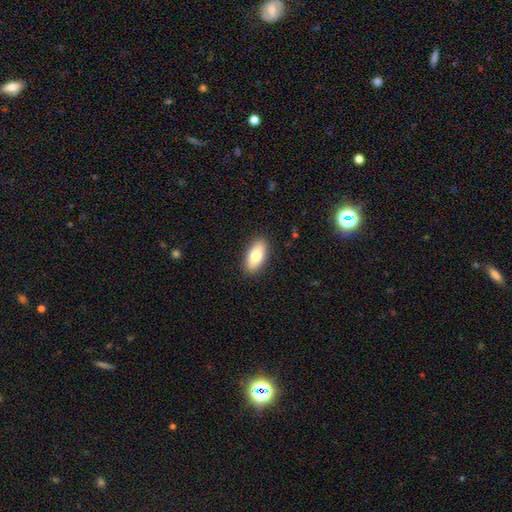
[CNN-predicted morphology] smooth 78%, featured or disk 15%, star or artifact 7%. Down the decision tree: how rounded — in between (90%); merging — none (89%).